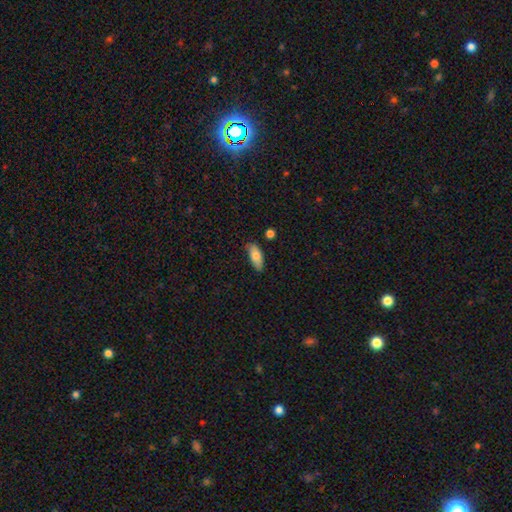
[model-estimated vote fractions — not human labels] Smooth or featured: smooth — 78% (featured or disk — 16%)
How rounded: in between — 81% (cigar-shaped — 16%)
Merging: none — 79% (minor disturbance — 16%)